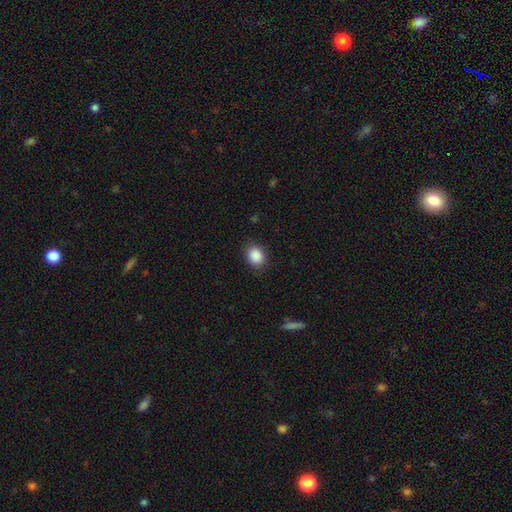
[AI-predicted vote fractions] A smooth galaxy with no disk features (89%) that is in between round and cigar-shaped (50%).

Vote fractions:
- Smooth or featured? smooth: 89% / star or artifact: 8% / featured or disk: 3%
- How rounded? in between: 50% / round: 49% / cigar-shaped: 1%
- Merging? none: 85% / minor disturbance: 11% / major disturbance: 3% / merger: 1%